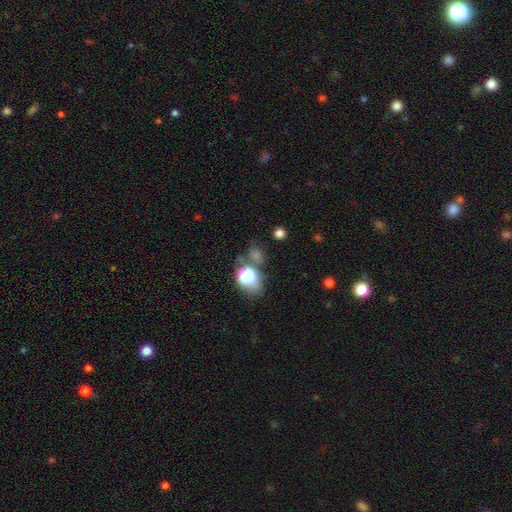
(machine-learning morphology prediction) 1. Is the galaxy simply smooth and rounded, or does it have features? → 55% smooth, 35% star or artifact, 10% featured or disk.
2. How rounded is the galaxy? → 71% round, 28% in between, 2% cigar-shaped.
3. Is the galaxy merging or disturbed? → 62% none, 17% merger, 13% minor disturbance, 8% major disturbance.